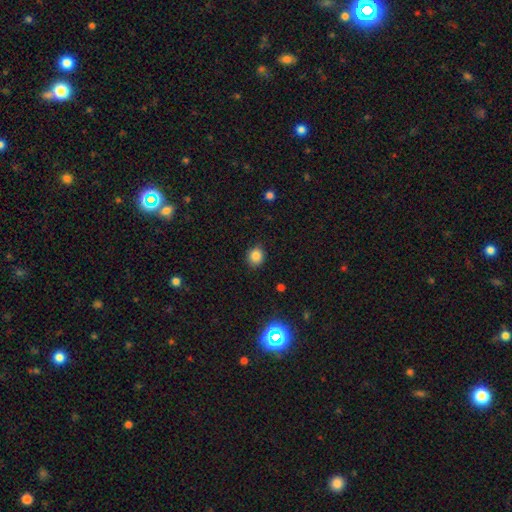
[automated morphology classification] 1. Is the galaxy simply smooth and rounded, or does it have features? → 84% smooth, 12% star or artifact, 4% featured or disk.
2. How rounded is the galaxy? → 71% round, 28% in between, 1% cigar-shaped.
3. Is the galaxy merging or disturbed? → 86% none, 11% minor disturbance, 3% major disturbance, 1% merger.